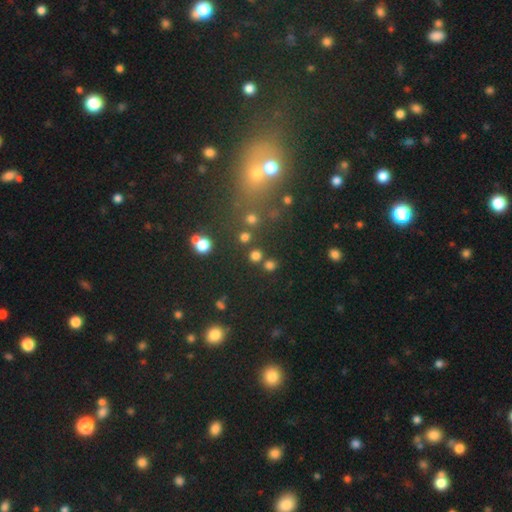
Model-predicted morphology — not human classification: smooth-or-featured: smooth: 73% | star or artifact: 21% | featured or disk: 6%
  how-rounded: round: 92% | in between: 7% | cigar-shaped: 1%
  merging: none: 81% | merger: 9% | minor disturbance: 6% | major disturbance: 3%